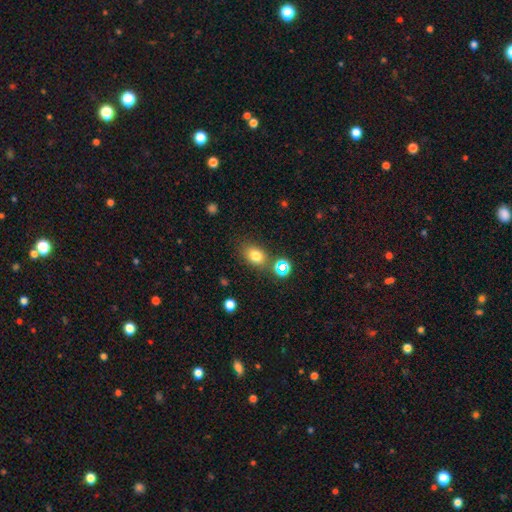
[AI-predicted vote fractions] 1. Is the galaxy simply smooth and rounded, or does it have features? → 76% smooth, 15% star or artifact, 9% featured or disk.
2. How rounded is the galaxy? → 65% in between, 34% round, 1% cigar-shaped.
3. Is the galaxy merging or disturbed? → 73% none, 13% minor disturbance, 9% merger, 5% major disturbance.